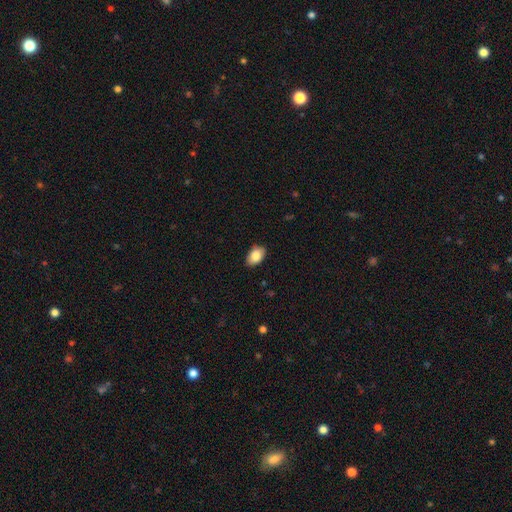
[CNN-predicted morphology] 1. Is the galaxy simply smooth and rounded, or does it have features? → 85% smooth, 8% featured or disk, 7% star or artifact.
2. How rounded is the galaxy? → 90% in between, 8% round, 1% cigar-shaped.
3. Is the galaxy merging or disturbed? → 87% none, 10% minor disturbance, 2% major disturbance, 1% merger.